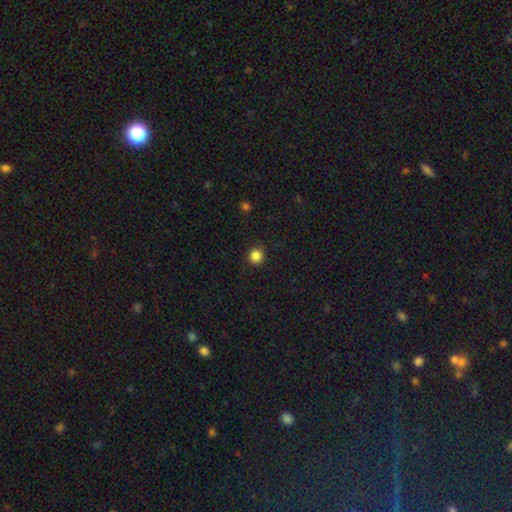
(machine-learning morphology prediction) Overall: smooth (85%). How rounded: round (91%). Merging: none (90%).